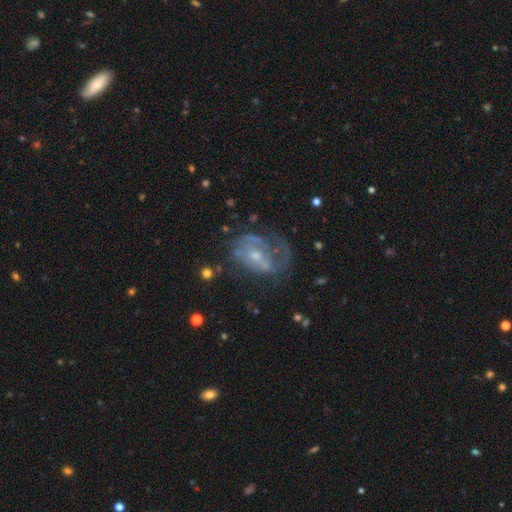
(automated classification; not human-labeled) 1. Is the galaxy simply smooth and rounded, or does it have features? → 76% featured or disk, 15% smooth, 9% star or artifact.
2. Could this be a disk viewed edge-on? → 97% no, 3% yes.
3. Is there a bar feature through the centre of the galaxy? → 57% no, 35% weak, 8% strong.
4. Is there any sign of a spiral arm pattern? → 76% yes, 24% no.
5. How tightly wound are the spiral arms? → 41% medium, 35% tight, 24% loose.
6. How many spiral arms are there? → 33% can't tell, 32% 2, 21% 1, 9% 3, 3% 4, 3% more than 4.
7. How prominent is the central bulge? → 56% small, 38% moderate, 4% none, 2% large, 1% dominant.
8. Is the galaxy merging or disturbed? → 44% none, 31% major disturbance, 22% minor disturbance, 3% merger.